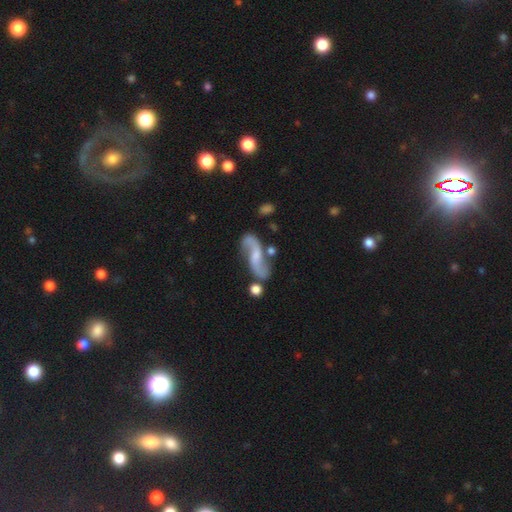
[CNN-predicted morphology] This is clearly a featured or disk galaxy (84%). It is clearly not viewed edge-on (94%). Bar: marginally no (45%). Spiral arm pattern: clearly yes (96%). Spiral arm count: clearly 2 (93%). Spiral winding: likely loose (73%). Central bulge: marginally small (42%). Merging: likely none (67%).